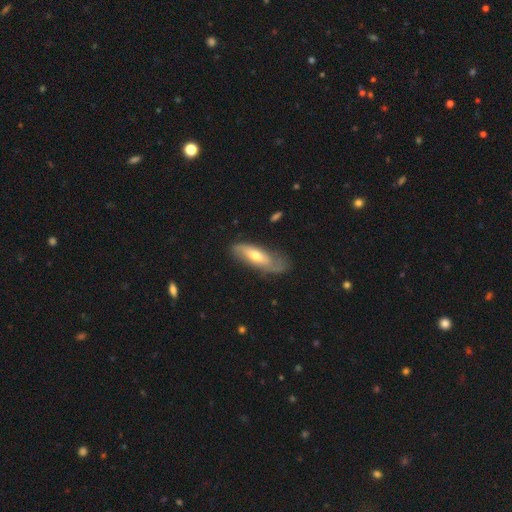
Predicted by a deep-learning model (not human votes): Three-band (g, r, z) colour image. It shows a featured or disk galaxy (50%). Merging: none (59%).